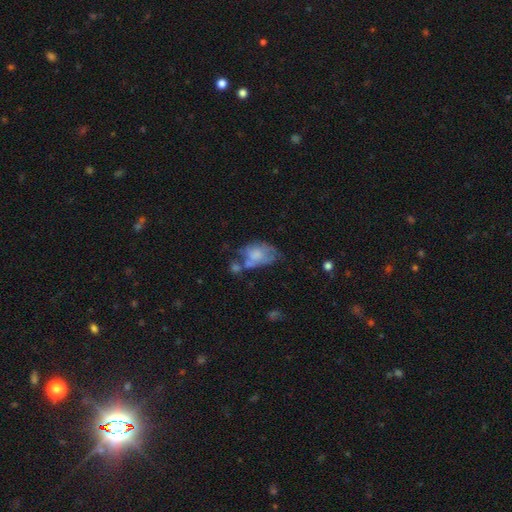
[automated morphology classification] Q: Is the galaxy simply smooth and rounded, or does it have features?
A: smooth — 51%.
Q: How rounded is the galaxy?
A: in between — 84%.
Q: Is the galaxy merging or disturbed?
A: major disturbance — 29%.